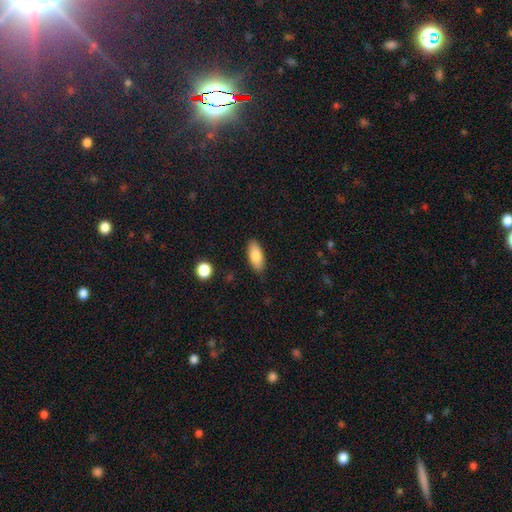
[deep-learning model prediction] This appears to be a smooth galaxy with no disk features (83%) that is in between round and cigar-shaped (83%). Merging: none (86%).